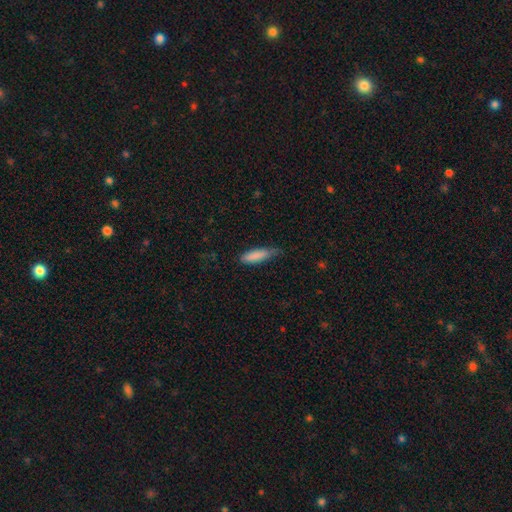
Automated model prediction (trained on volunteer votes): A smooth galaxy with no disk features (86%) that is cigar-shaped (61%). Merging: none (54%).